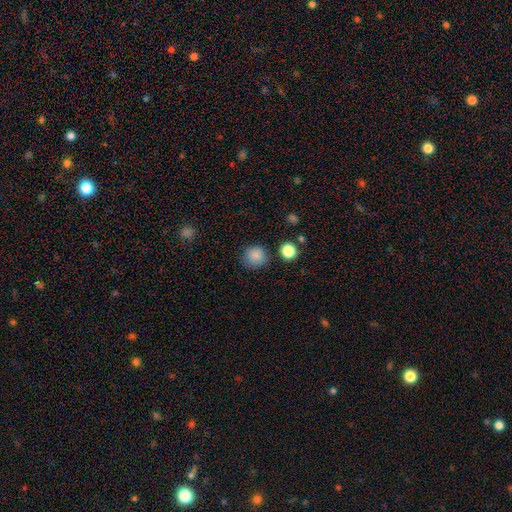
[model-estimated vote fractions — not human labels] The model was most divided on "merging": none: 82%, minor disturbance: 12%, major disturbance: 3%, merger: 3%. More confident: how rounded — round (91%); smooth or featured — smooth (86%).